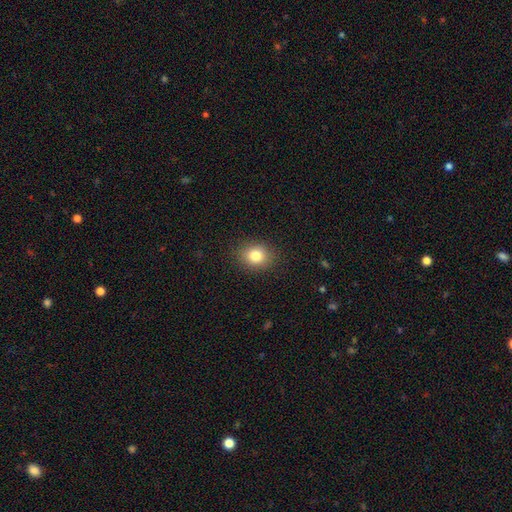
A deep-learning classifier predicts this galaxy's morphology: Smooth or featured? smooth (82%)
How rounded? round (59%)
Merging? none (88%)